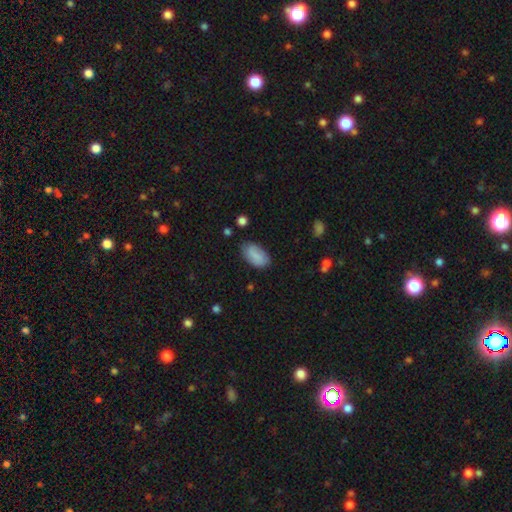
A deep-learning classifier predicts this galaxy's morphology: Smooth or featured? Predicted: smooth (p=0.85). How rounded? Predicted: in between (p=0.95). Merging? Predicted: none (p=0.74).